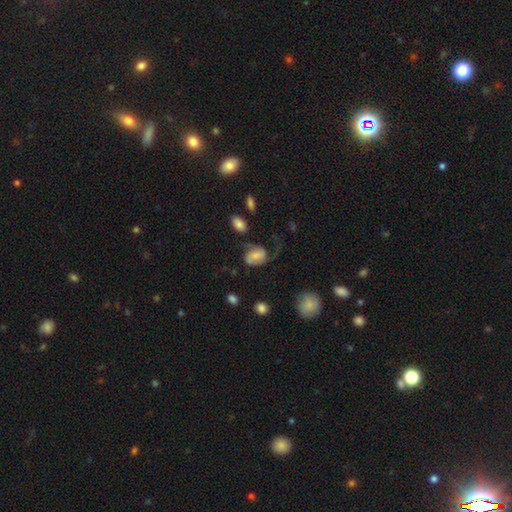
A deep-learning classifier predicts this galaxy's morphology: type=smooth (46%); merging=none (40%).